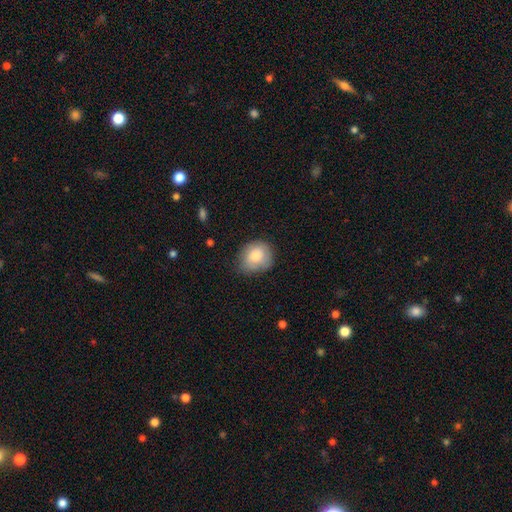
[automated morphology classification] smooth_or_featured: smooth (p=0.78) [alt: featured or disk p=0.15]
how_rounded: round (p=0.61) [alt: in between p=0.38]
merging: none (p=0.64) [alt: minor disturbance p=0.28]